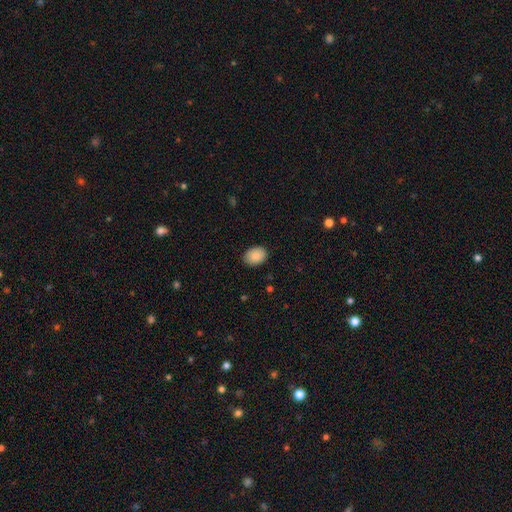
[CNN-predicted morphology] A smooth galaxy with no disk features (89%) that is in between round and cigar-shaped (75%).

Vote fractions:
- Smooth or featured? smooth: 89% / star or artifact: 7% / featured or disk: 4%
- How rounded? in between: 75% / round: 24% / cigar-shaped: 1%
- Merging? none: 88% / minor disturbance: 9% / major disturbance: 2% / merger: 1%